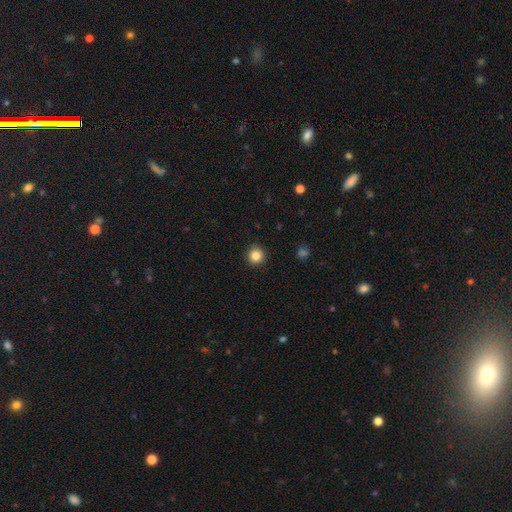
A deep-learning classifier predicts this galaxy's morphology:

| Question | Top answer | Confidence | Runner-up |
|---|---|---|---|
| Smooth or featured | smooth | 85% | star or artifact (11%) |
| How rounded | round | 95% | in between (4%) |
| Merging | none | 92% | minor disturbance (5%) |